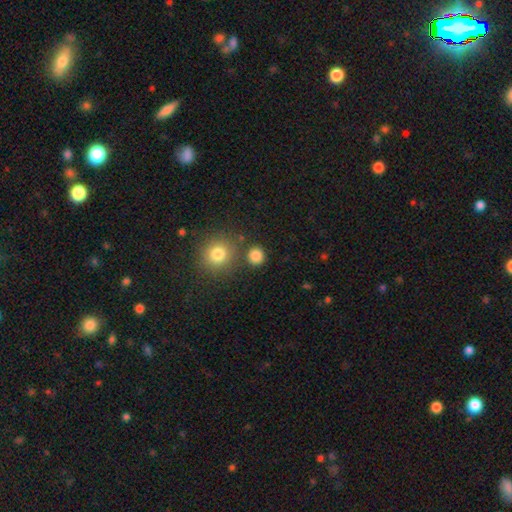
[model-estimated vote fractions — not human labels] Smooth or featured? Predicted: smooth (p=0.83). How rounded? Predicted: round (p=0.89). Merging? Predicted: none (p=0.83).